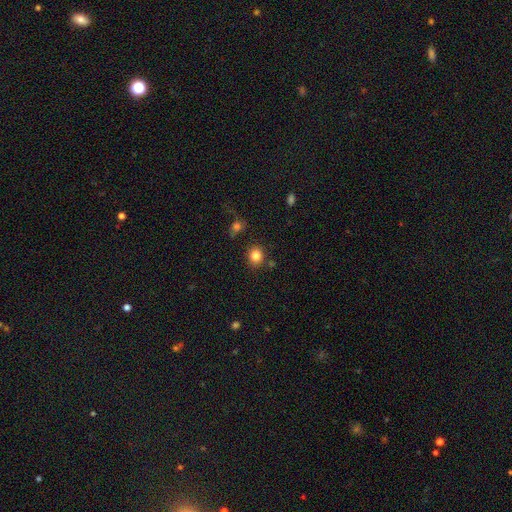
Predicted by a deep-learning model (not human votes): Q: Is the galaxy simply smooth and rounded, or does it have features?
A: smooth — 83%.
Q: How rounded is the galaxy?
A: round — 77%.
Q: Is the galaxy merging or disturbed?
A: none — 83%.